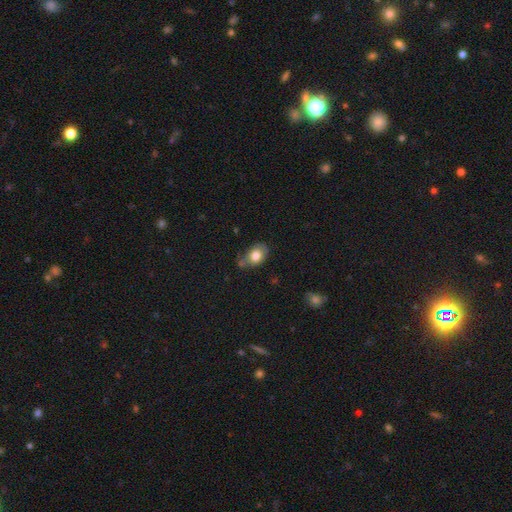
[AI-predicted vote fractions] Smooth or featured?
  - smooth: 78% *
  - featured or disk: 14%
  - star or artifact: 8%
How rounded?
  - in between: 77% *
  - round: 21%
  - cigar-shaped: 1%
Merging?
  - none: 54% *
  - minor disturbance: 29%
  - merger: 10%
  - major disturbance: 7%